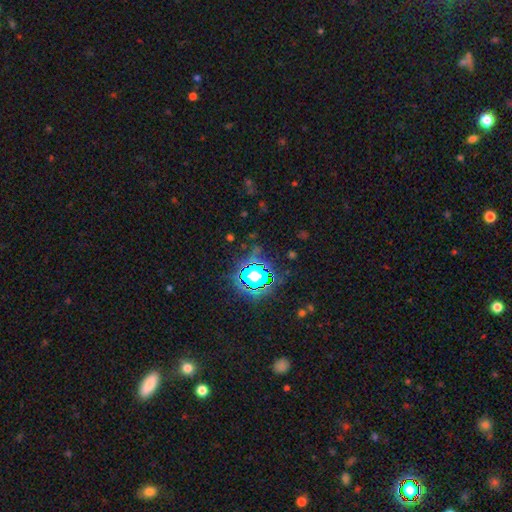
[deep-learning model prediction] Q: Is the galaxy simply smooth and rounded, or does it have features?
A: star or artifact — 76%.